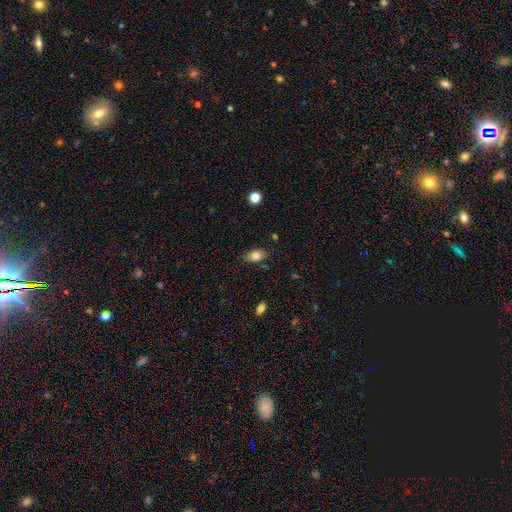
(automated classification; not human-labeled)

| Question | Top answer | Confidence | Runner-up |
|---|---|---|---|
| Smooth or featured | smooth | 80% | featured or disk (11%) |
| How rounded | in between | 86% | round (11%) |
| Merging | none | 80% | minor disturbance (15%) |